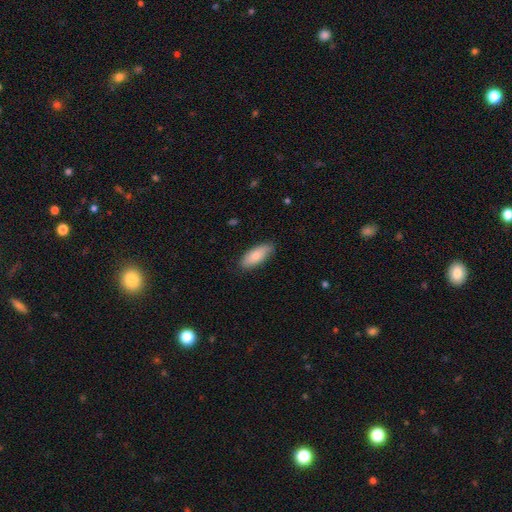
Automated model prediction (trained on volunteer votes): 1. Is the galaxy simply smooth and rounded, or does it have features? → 83% smooth, 12% featured or disk, 6% star or artifact.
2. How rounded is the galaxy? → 82% in between, 16% cigar-shaped, 2% round.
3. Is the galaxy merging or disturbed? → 82% none, 14% minor disturbance, 2% major disturbance, 1% merger.